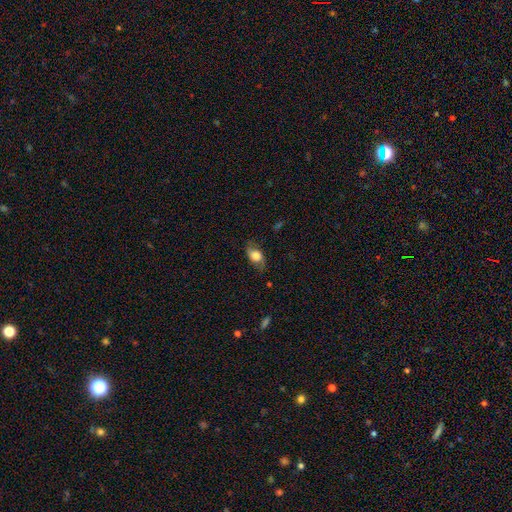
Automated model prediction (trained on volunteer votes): A smooth galaxy with no disk features (64%) that is in between round and cigar-shaped (82%).

Vote fractions:
- Smooth or featured? smooth: 64% / featured or disk: 28% / star or artifact: 8%
- How rounded? in between: 82% / round: 15% / cigar-shaped: 4%
- Merging? none: 68% / minor disturbance: 22% / major disturbance: 8% / merger: 1%